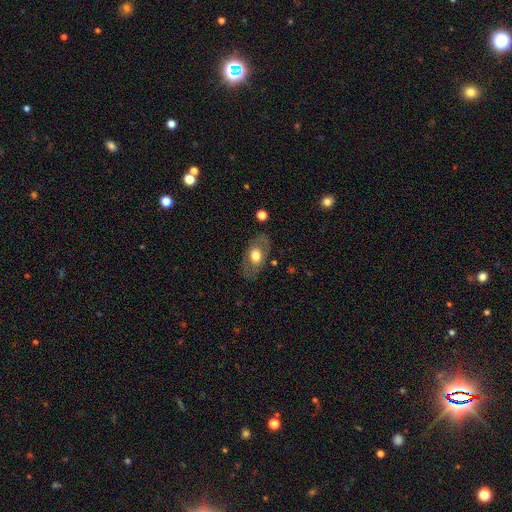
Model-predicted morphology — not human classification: smooth_or_featured: smooth (p=0.55) [alt: featured or disk p=0.38]
how_rounded: in between (p=0.86) [alt: round p=0.12]
merging: none (p=0.79) [alt: minor disturbance p=0.14]